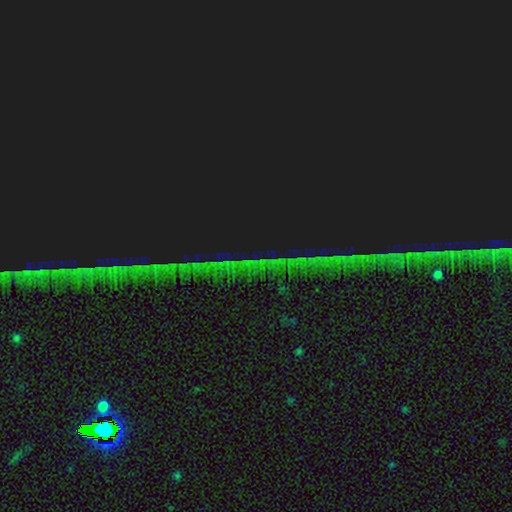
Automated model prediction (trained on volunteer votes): This appears to be a star or artifact, not a galaxy (87%).